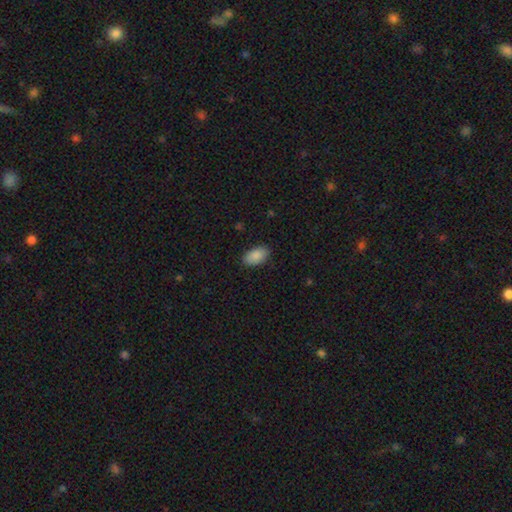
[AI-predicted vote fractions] smooth 89%, star or artifact 7%, featured or disk 4%. Down the decision tree: how rounded — in between (94%); merging — none (87%).